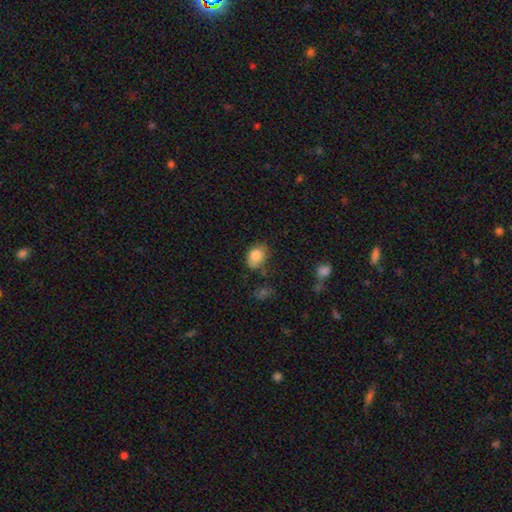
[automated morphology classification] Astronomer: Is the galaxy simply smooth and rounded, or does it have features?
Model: smooth — 82%.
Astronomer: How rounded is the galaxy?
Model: in between — 65%.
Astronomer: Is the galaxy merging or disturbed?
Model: none — 60%.